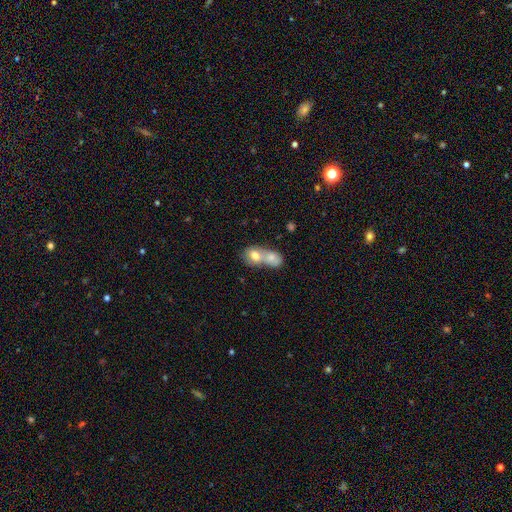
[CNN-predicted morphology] smooth-or-featured: smooth: 73% | featured or disk: 19% | star or artifact: 8%
  how-rounded: in between: 54% | round: 44% | cigar-shaped: 2%
  merging: merger: 78% | none: 14% | minor disturbance: 5% | major disturbance: 3%